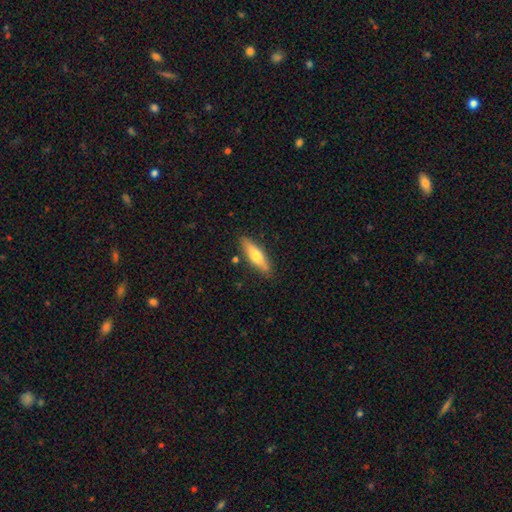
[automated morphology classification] The model was most divided on "how rounded": cigar-shaped: 57%, in between: 41%, round: 2%. More confident: merging — none (84%); smooth or featured — smooth (62%).